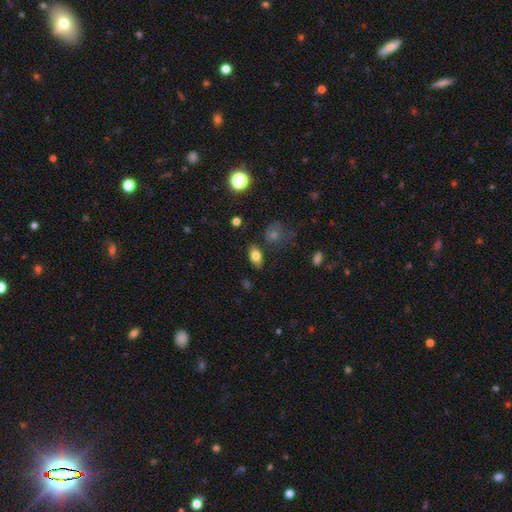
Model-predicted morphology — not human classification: The model was most divided on "smooth or featured": smooth: 74%, featured or disk: 16%, star or artifact: 9%. More confident: how rounded — in between (87%); merging — none (82%).